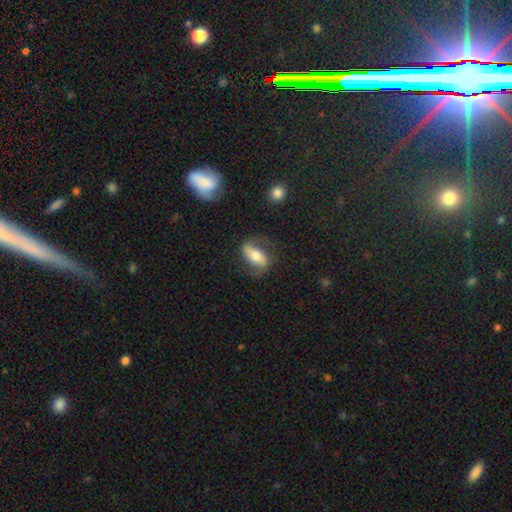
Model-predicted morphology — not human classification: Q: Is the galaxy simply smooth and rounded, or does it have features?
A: featured or disk — 59%.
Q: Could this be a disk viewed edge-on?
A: no — 89%.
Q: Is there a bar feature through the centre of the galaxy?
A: strong — 49%.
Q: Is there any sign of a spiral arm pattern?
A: yes — 83%.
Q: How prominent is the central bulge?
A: moderate — 56%.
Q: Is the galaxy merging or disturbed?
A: none — 69%.